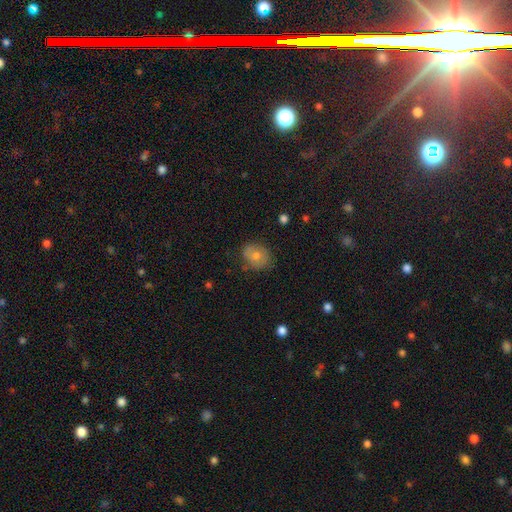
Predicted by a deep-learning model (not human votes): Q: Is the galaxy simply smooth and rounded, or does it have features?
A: smooth — 62%.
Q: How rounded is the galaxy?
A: round — 54%.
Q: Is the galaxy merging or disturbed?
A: none — 77%.